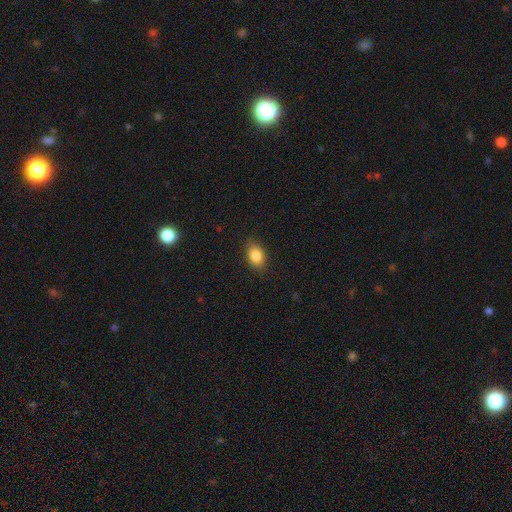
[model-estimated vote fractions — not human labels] Smooth or featured?
  - smooth: 86% *
  - star or artifact: 9%
  - featured or disk: 5%
How rounded?
  - in between: 79% *
  - round: 20%
  - cigar-shaped: 1%
Merging?
  - none: 87% *
  - minor disturbance: 10%
  - major disturbance: 2%
  - merger: 1%